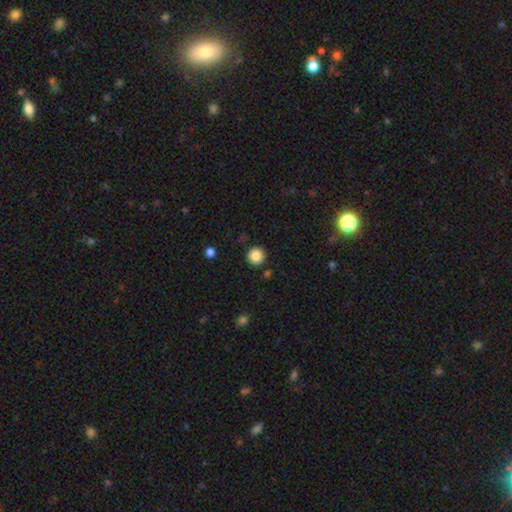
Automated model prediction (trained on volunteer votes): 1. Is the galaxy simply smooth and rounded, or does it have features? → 86% smooth, 10% star or artifact, 4% featured or disk.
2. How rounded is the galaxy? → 95% round, 4% in between, 1% cigar-shaped.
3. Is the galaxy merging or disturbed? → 90% none, 6% minor disturbance, 2% merger, 2% major disturbance.